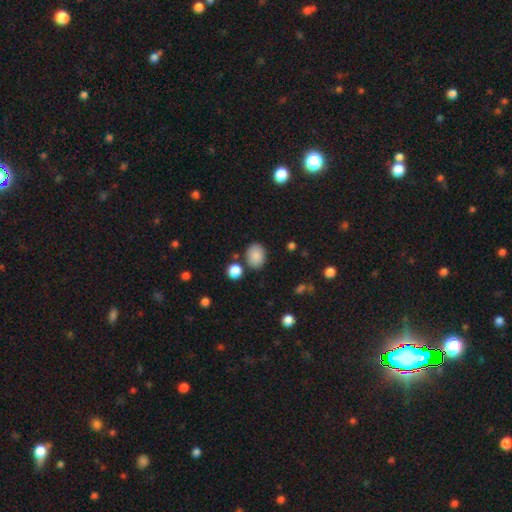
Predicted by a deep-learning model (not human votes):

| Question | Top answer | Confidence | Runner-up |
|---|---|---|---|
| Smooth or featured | smooth | 86% | star or artifact (9%) |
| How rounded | in between | 67% | round (32%) |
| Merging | none | 79% | minor disturbance (12%) |